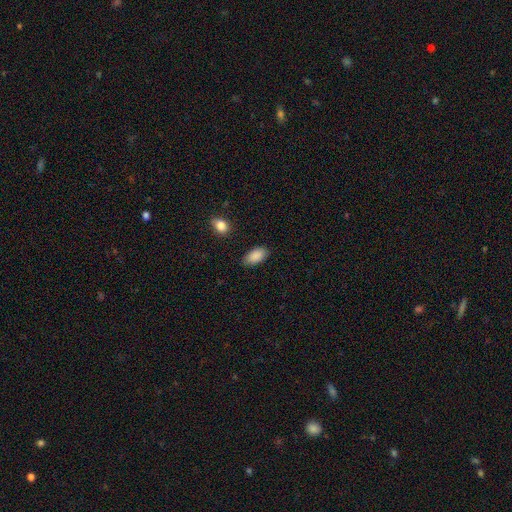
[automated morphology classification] Overall: smooth (89%). How rounded: in between (93%). Merging: none (83%).